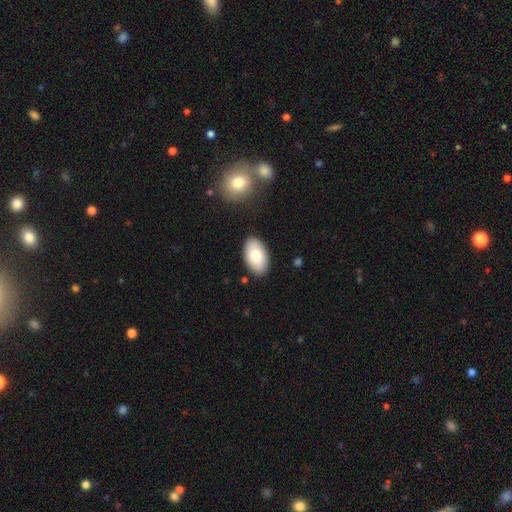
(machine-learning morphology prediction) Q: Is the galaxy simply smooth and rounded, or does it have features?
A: smooth — 80%.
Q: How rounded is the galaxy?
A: in between — 94%.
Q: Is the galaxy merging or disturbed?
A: none — 87%.